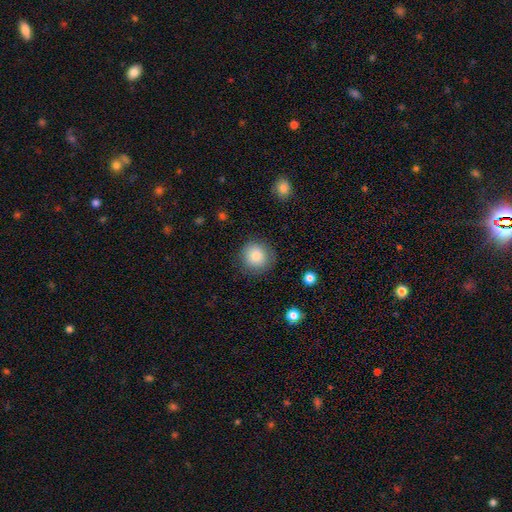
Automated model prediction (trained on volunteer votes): The model was most divided on "merging": none: 85%, minor disturbance: 10%, major disturbance: 3%, merger: 1%. More confident: how rounded — round (91%); smooth or featured — smooth (84%).